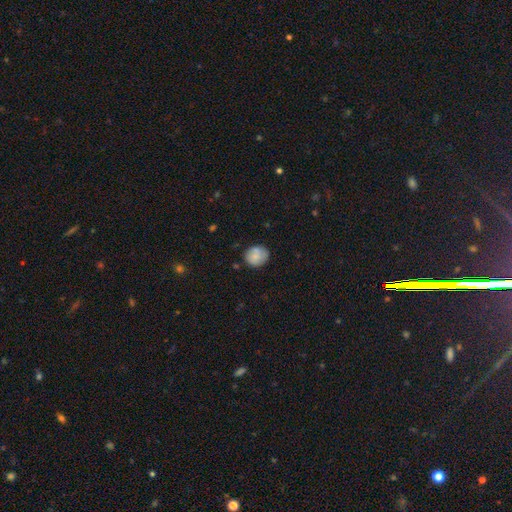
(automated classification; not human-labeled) Smooth or featured? smooth (76%)
How rounded? round (75%)
Merging? none (76%)